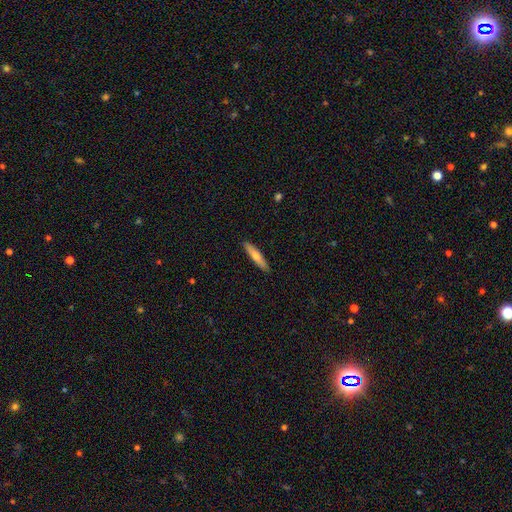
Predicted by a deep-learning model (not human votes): Smooth or featured? smooth (63%)
How rounded? cigar-shaped (89%)
Merging? none (90%)